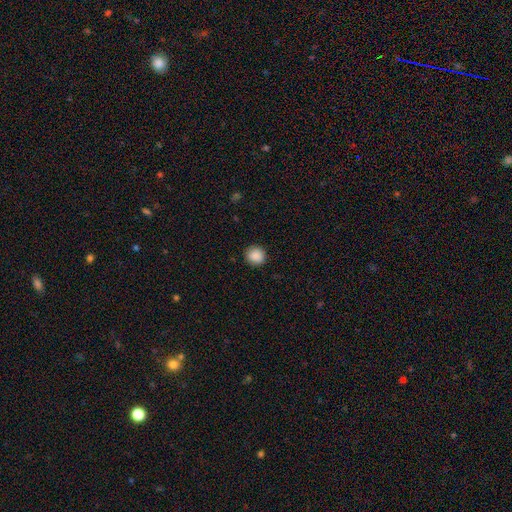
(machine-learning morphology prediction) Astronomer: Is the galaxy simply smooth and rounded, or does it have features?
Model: smooth — 89%.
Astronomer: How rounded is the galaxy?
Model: round — 91%.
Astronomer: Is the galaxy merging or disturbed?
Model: none — 90%.